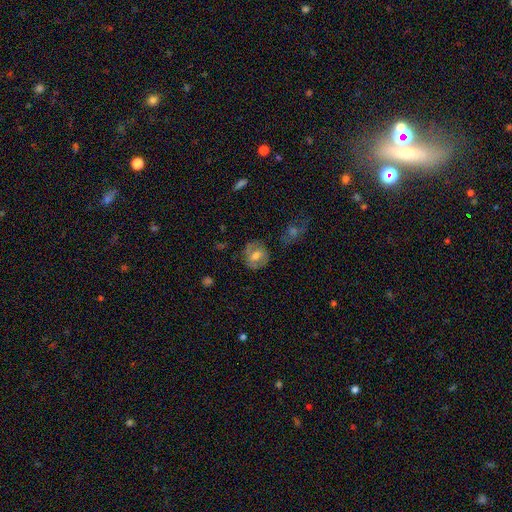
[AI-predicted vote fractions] A smooth galaxy with no disk features (55%) that is round (74%). Merging: none (75%).